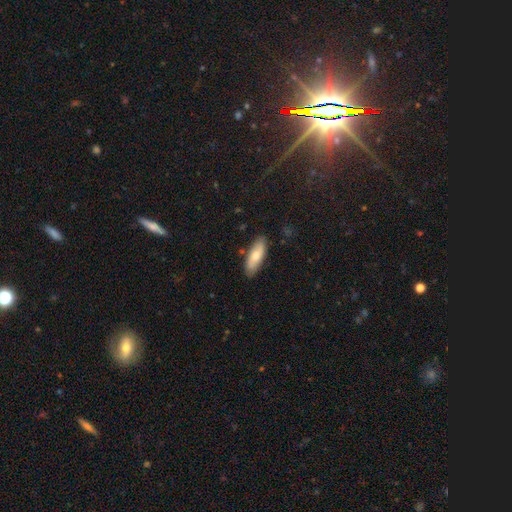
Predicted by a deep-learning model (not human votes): Morphology: type=smooth (72%); roundness=in between (67%); merging=none (84%).